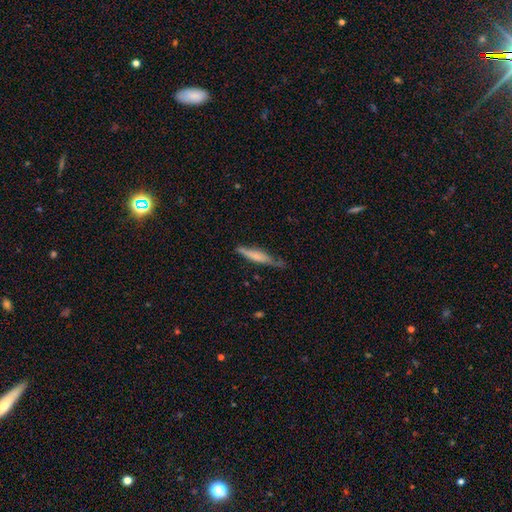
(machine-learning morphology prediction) A smooth galaxy with no disk features (58%) that is cigar-shaped (89%).

Vote fractions:
- Smooth or featured? smooth: 58% / featured or disk: 35% / star or artifact: 6%
- How rounded? cigar-shaped: 89% / in between: 10% / round: 1%
- Merging? none: 60% / minor disturbance: 29% / major disturbance: 8% / merger: 3%